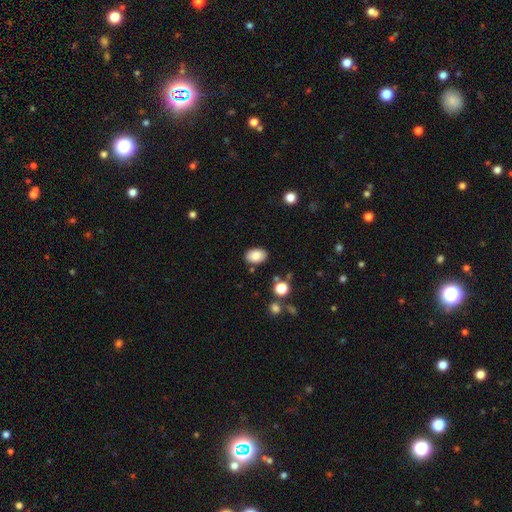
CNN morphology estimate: A smooth galaxy with no disk features (86%) that is in between round and cigar-shaped (86%).

Vote fractions:
- Smooth or featured? smooth: 86% / star or artifact: 8% / featured or disk: 6%
- How rounded? in between: 86% / round: 13% / cigar-shaped: 1%
- Merging? none: 85% / minor disturbance: 10% / major disturbance: 3% / merger: 2%